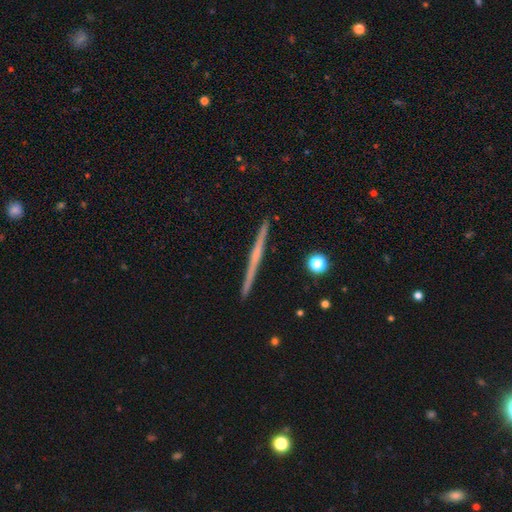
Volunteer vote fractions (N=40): Morphology: type=featured or disk (82%); edge-on=yes (100%); edge-on bulge=none (58%); merging=none (92%).